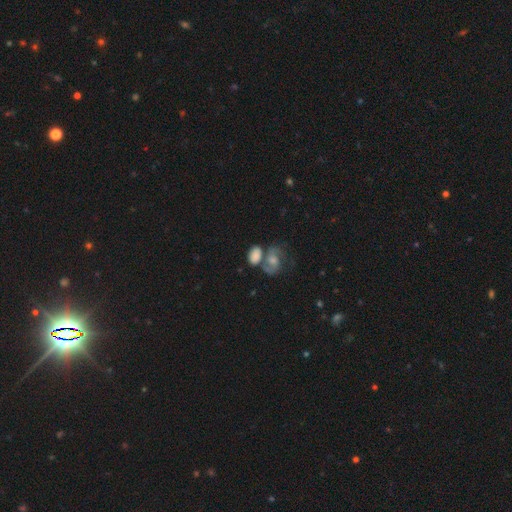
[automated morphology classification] Smooth or featured: smooth — 64% (featured or disk — 25%)
How rounded: in between — 76% (round — 22%)
Merging: merger — 43% (none — 32%)